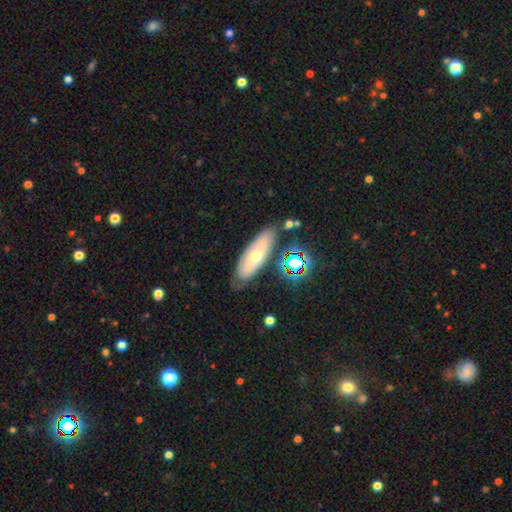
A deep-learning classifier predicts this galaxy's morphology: Overall: featured or disk (46%; smooth 41%). Merging: none (74%).